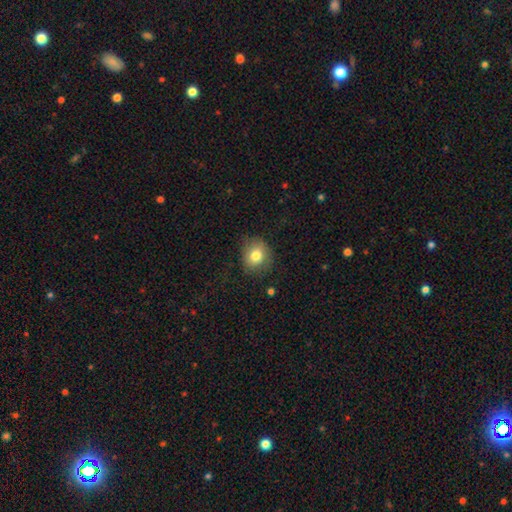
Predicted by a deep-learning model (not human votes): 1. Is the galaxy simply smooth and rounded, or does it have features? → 79% smooth, 12% featured or disk, 9% star or artifact.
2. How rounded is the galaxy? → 69% round, 30% in between, 1% cigar-shaped.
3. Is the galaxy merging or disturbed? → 75% none, 18% minor disturbance, 6% major disturbance, 1% merger.